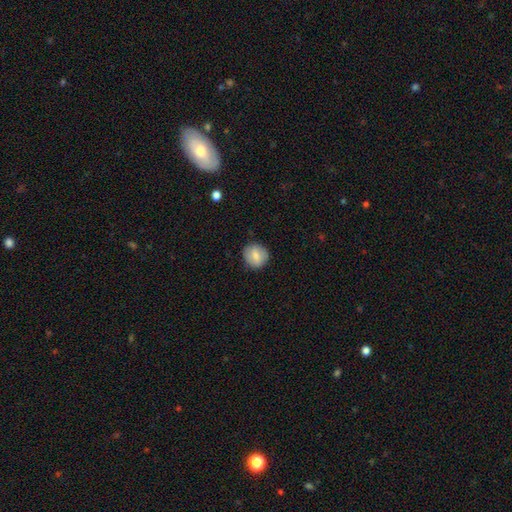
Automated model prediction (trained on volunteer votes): Morphology: type=smooth (72%); roundness=round (84%); merging=none (87%).